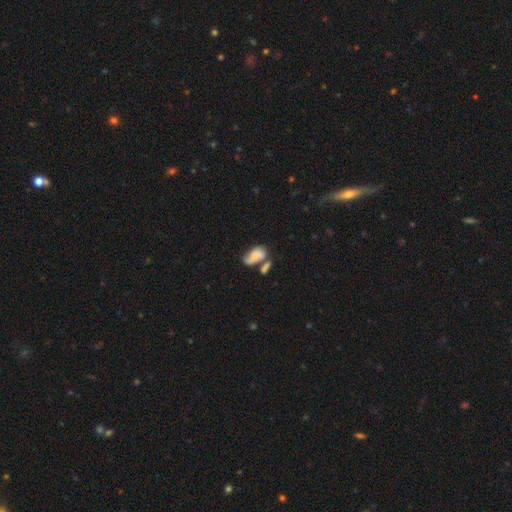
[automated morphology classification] The model was most divided on "merging": merger: 44%, none: 24%, minor disturbance: 18%, major disturbance: 14%. More confident: how rounded — in between (90%); smooth or featured — smooth (60%).